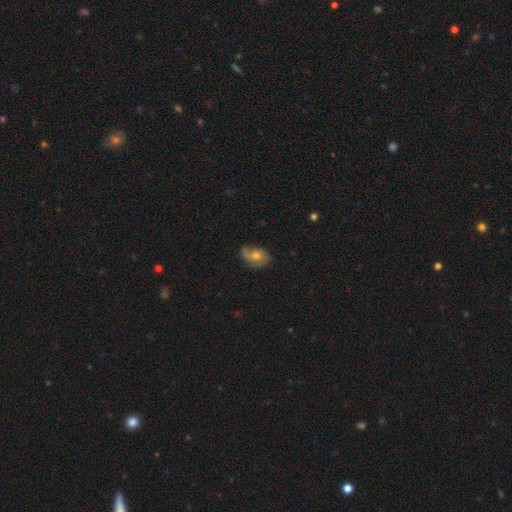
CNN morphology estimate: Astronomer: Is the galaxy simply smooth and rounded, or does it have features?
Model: featured or disk — 61%.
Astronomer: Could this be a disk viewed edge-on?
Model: no — 96%.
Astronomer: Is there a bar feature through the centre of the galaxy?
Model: no — 73%.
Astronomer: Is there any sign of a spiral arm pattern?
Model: yes — 86%.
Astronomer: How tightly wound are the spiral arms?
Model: medium — 43% (runner-up: tight, 29%).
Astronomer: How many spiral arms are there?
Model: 2 — 61%.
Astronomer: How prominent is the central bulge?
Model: moderate — 62%.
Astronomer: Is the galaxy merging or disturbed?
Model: none — 62%.